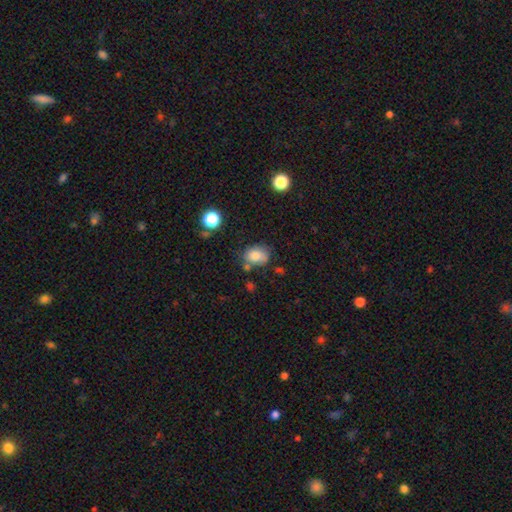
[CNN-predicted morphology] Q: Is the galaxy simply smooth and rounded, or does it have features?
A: smooth — 78%.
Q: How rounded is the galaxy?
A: in between — 61%.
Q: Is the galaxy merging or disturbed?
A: none — 57%.